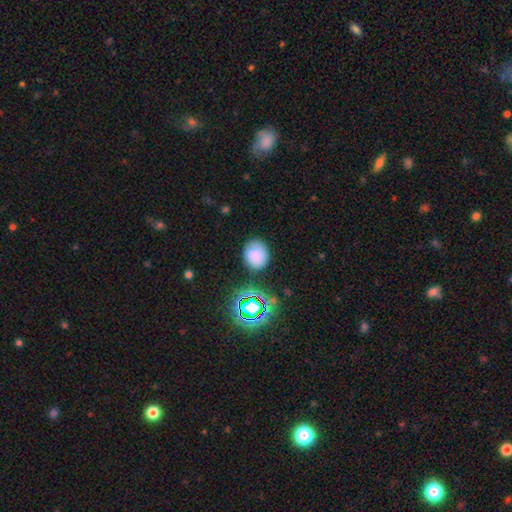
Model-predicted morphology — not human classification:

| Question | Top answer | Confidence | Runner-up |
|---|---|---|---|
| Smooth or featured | smooth | 76% | star or artifact (15%) |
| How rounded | round | 64% | in between (35%) |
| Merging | none | 76% | minor disturbance (16%) |